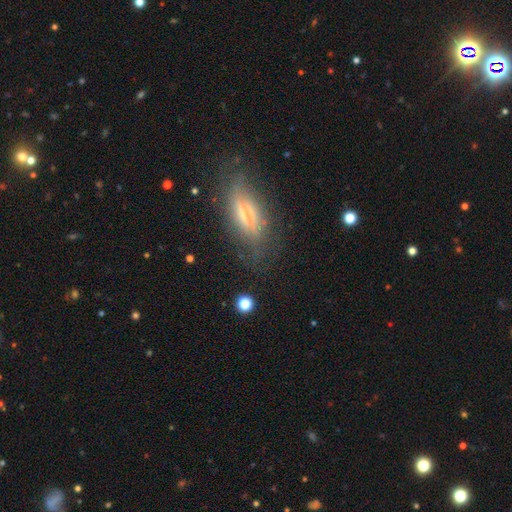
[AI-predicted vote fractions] This appears to be a featured or disk galaxy (46%). Merging: none (70%).